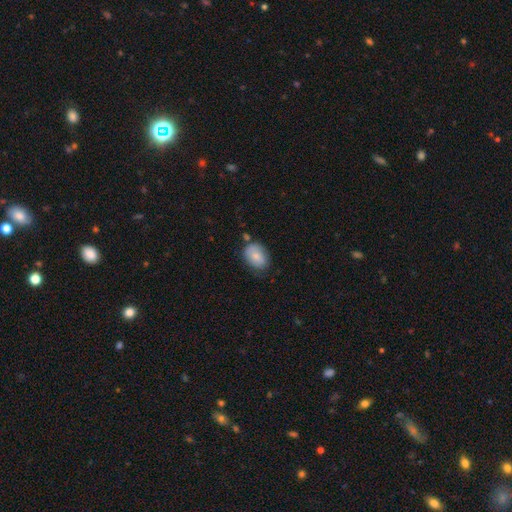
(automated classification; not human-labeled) smooth-or-featured: smooth: 77% | featured or disk: 16% | star or artifact: 7%
  how-rounded: in between: 72% | round: 27% | cigar-shaped: 1%
  merging: none: 65% | minor disturbance: 25% | major disturbance: 6% | merger: 4%